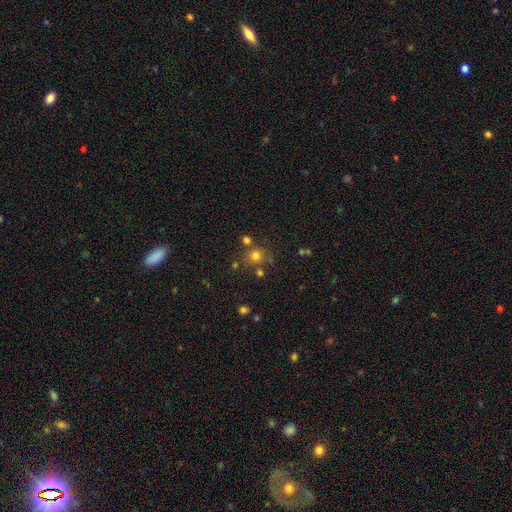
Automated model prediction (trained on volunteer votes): The model was most divided on "smooth or featured": smooth: 74%, star or artifact: 19%, featured or disk: 8%. More confident: how rounded — round (88%); merging — none (71%).